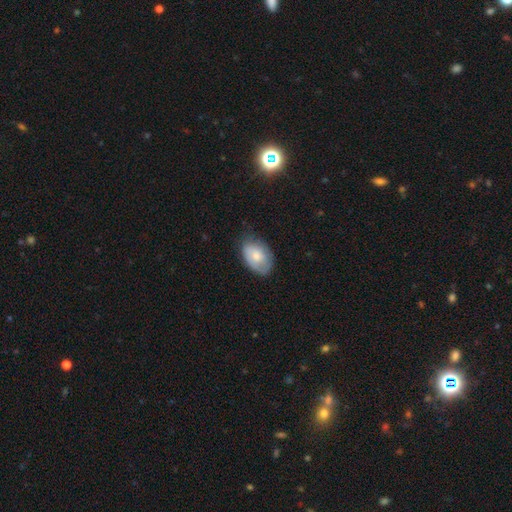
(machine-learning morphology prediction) Q: Smooth or featured?
A: smooth (71%); runner-up: featured or disk (23%)
Q: How rounded?
A: in between (88%); runner-up: round (11%)
Q: Merging?
A: none (62%); runner-up: minor disturbance (30%)